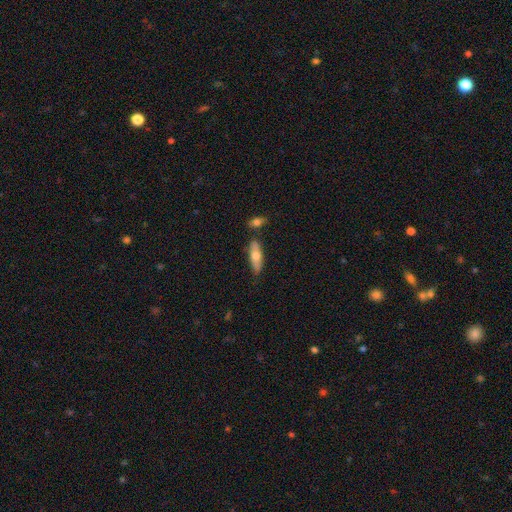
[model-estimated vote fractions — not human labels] Q: Smooth or featured?
A: smooth (61%); runner-up: featured or disk (33%)
Q: How rounded?
A: cigar-shaped (50%); runner-up: in between (47%)
Q: Merging?
A: none (71%); runner-up: minor disturbance (16%)